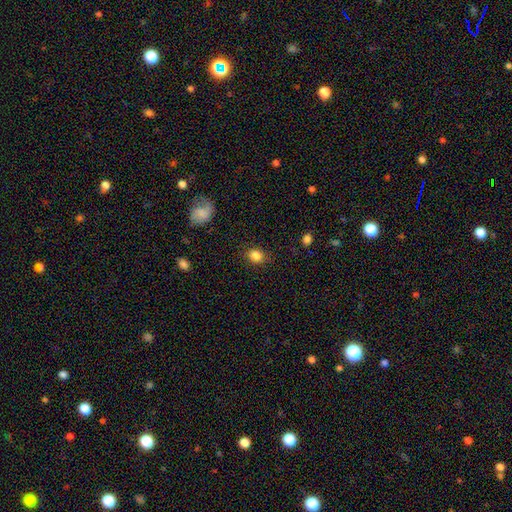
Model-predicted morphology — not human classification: type=smooth (85%); roundness=round (59%); merging=none (85%).